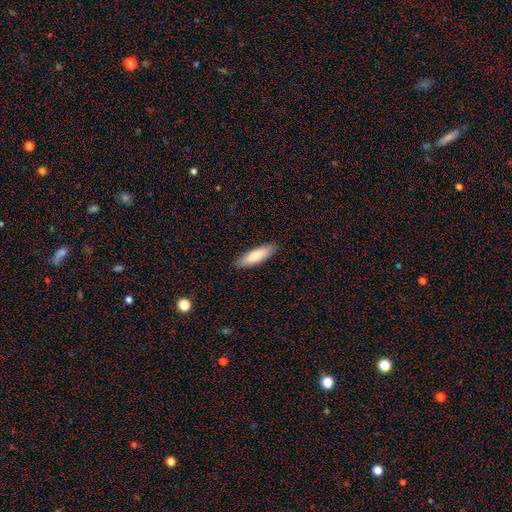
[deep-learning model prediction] Smooth or featured: smooth — 76% (featured or disk — 19%)
How rounded: cigar-shaped — 58% (in between — 41%)
Merging: none — 89% (minor disturbance — 9%)